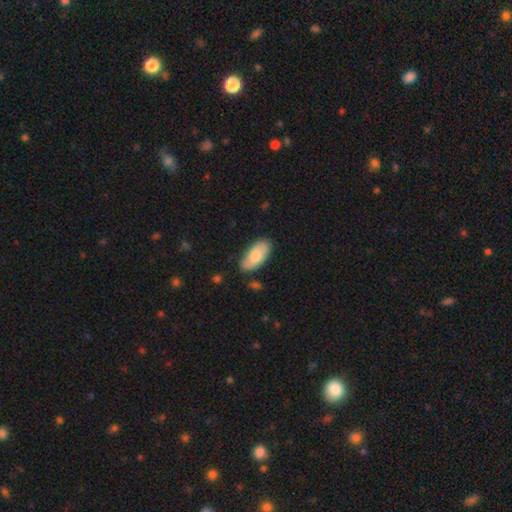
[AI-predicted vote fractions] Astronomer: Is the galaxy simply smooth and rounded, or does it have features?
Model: smooth — 72%.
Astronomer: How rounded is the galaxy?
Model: in between — 92%.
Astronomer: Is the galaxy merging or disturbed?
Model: none — 79%.